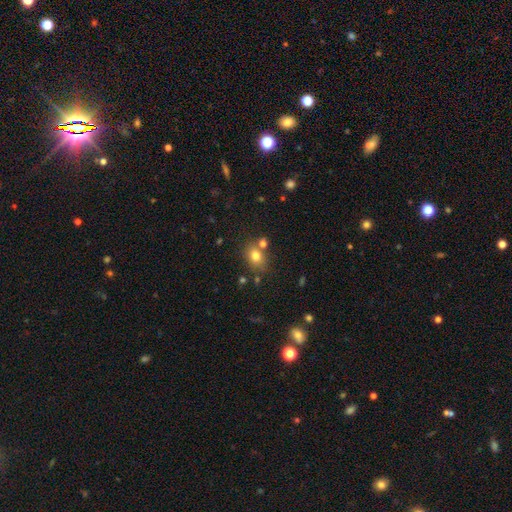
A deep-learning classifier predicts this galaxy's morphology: A smooth galaxy with no disk features (76%) that is in between round and cigar-shaped (55%). Merging: none (67%).